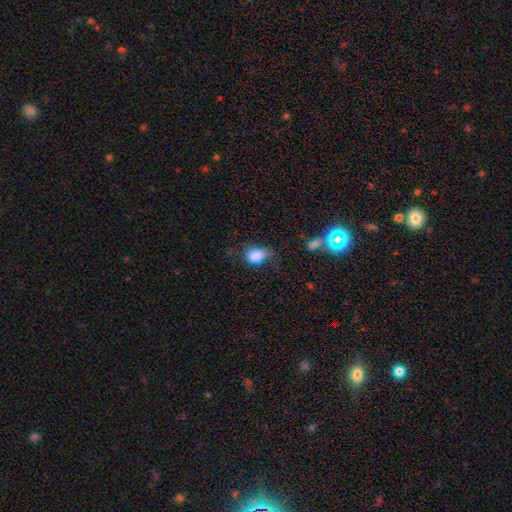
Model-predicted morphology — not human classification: smooth_or_featured: smooth (p=0.83) [alt: star or artifact p=0.10]
how_rounded: in between (p=0.66) [alt: round p=0.32]
merging: none (p=0.49) [alt: minor disturbance p=0.32]